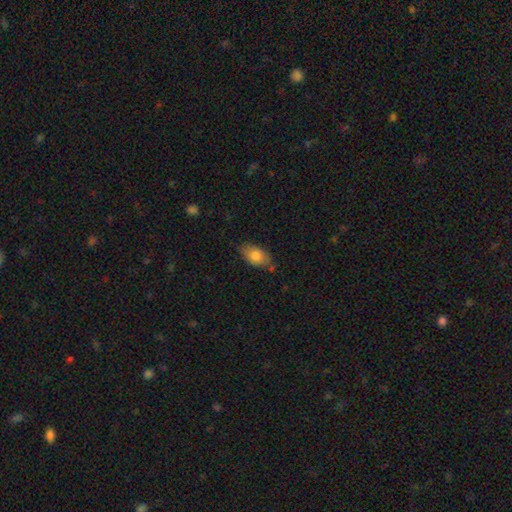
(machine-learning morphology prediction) This appears to be a smooth galaxy with no disk features (79%) that is in between round and cigar-shaped (91%). Merging: none (70%).